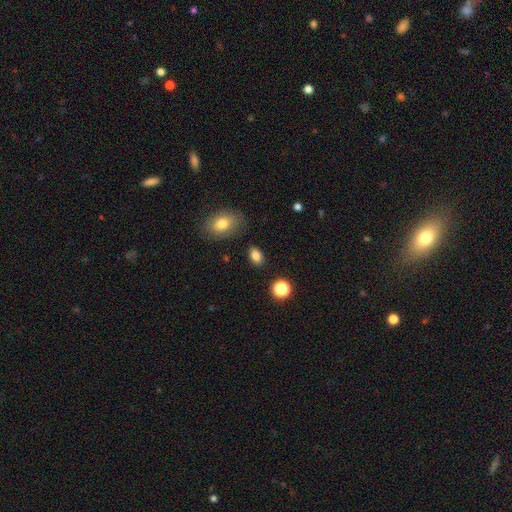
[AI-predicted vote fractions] Smooth or featured: smooth — 84% (star or artifact — 11%)
How rounded: in between — 84% (round — 14%)
Merging: none — 86% (minor disturbance — 9%)